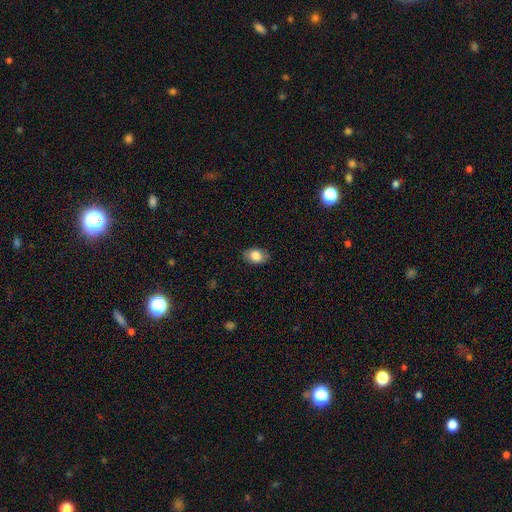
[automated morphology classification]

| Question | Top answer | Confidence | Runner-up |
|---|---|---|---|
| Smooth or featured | smooth | 82% | featured or disk (11%) |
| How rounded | in between | 86% | round (12%) |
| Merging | none | 84% | minor disturbance (12%) |